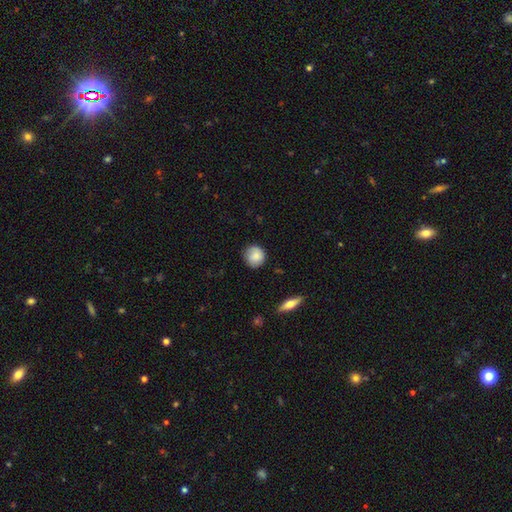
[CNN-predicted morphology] type=smooth (79%); roundness=round (88%); merging=none (80%).